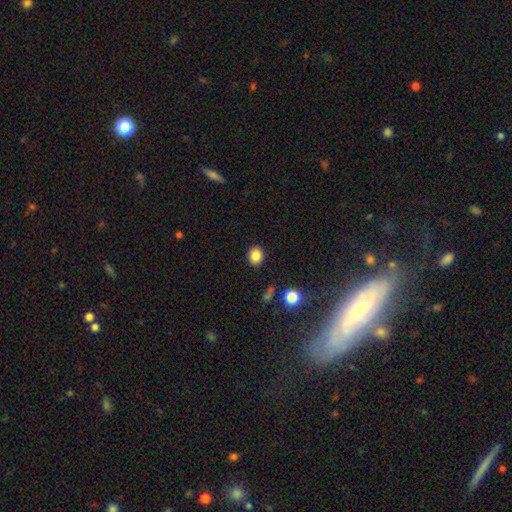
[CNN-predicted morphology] This is clearly a smooth galaxy (85%). How rounded: likely round (63%). Merging: clearly none (89%).